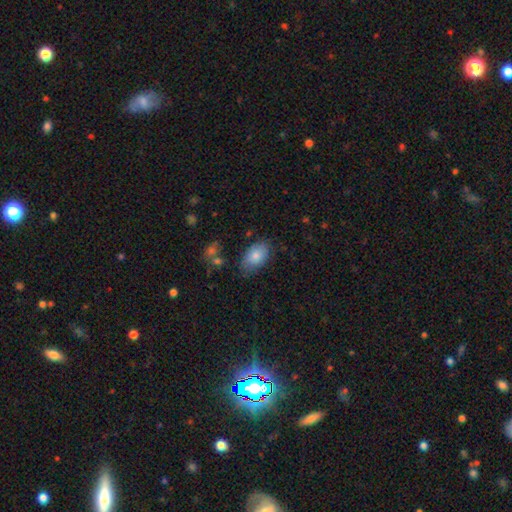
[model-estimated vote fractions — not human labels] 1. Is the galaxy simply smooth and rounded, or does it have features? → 81% smooth, 12% featured or disk, 7% star or artifact.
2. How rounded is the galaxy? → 92% in between, 7% round, 1% cigar-shaped.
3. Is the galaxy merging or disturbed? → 71% none, 21% minor disturbance, 5% major disturbance, 3% merger.